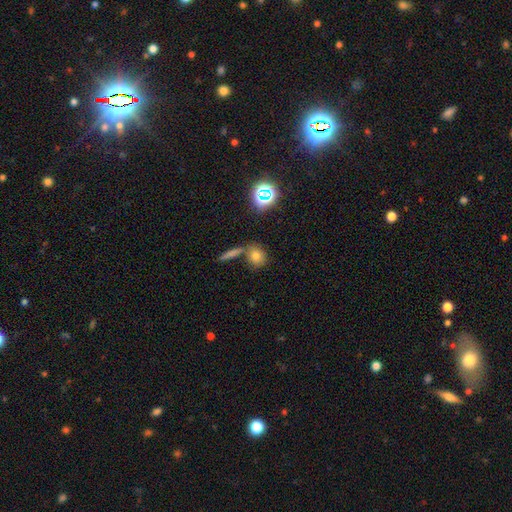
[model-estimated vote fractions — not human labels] Morphology: type=smooth (72%); roundness=round (69%); merging=none (62%).